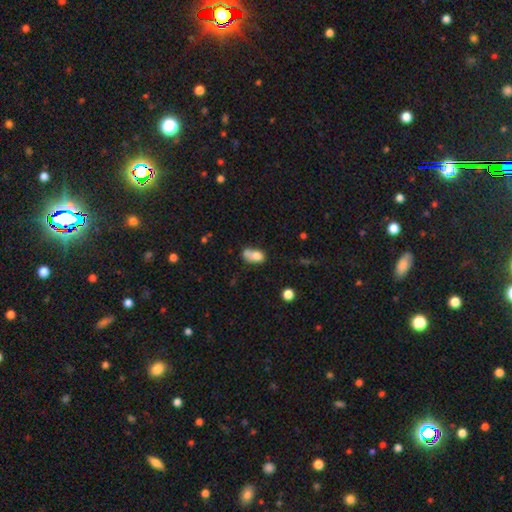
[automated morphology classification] Smooth or featured: smooth — 74% (featured or disk — 15%)
How rounded: in between — 78% (round — 20%)
Merging: merger — 40% (none — 27%)